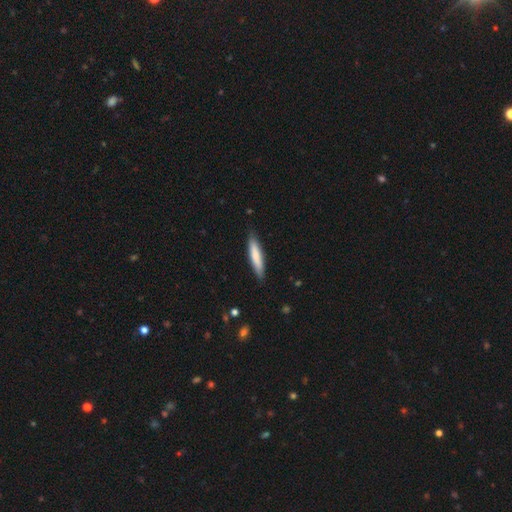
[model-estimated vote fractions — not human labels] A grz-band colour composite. It shows a smooth galaxy with no disk features (77%) that is cigar-shaped (86%). Merging: none (86%).